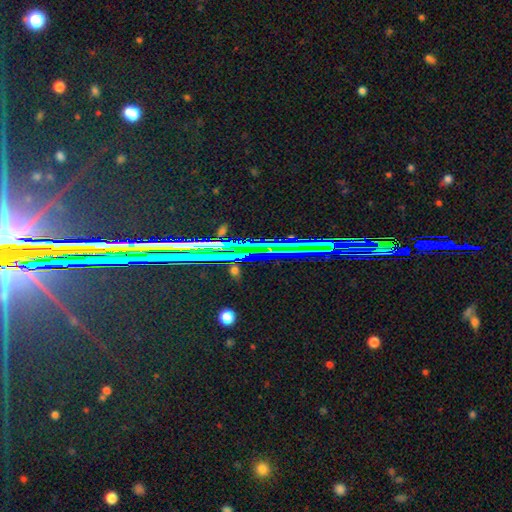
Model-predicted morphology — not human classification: A star or artifact, not a galaxy (79%).